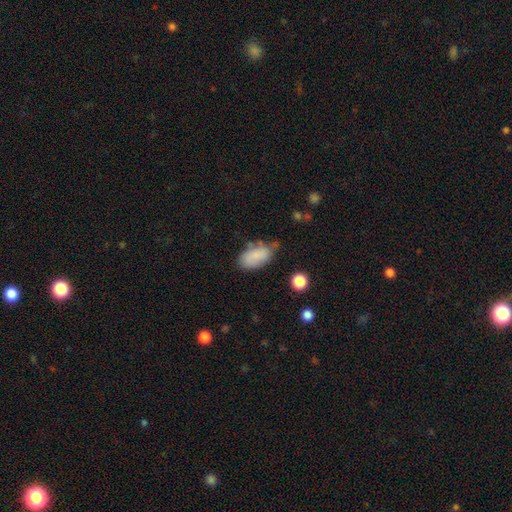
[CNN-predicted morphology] This is clearly a smooth galaxy (81%). How rounded: clearly in between (93%). Merging: possibly none (54%).